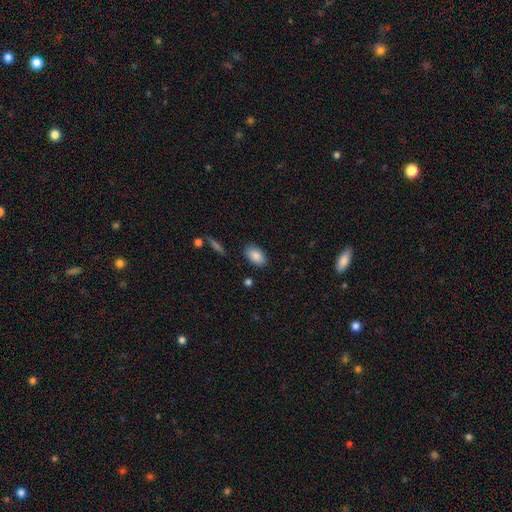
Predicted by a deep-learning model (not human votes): Smooth or featured?
  - smooth: 87% *
  - star or artifact: 7%
  - featured or disk: 6%
How rounded?
  - in between: 92% *
  - round: 6%
  - cigar-shaped: 2%
Merging?
  - none: 86% *
  - minor disturbance: 10%
  - major disturbance: 3%
  - merger: 2%